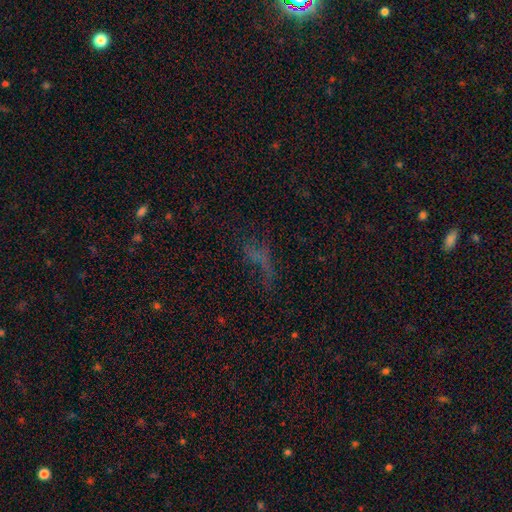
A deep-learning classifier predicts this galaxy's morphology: type=star or artifact (43%).